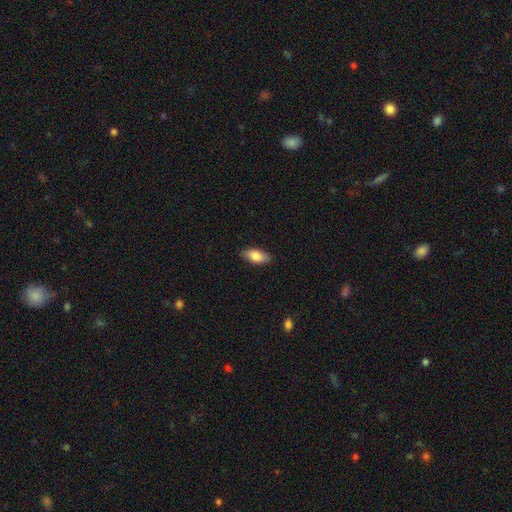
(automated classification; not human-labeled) Smooth or featured?
  - smooth: 82% *
  - featured or disk: 12%
  - star or artifact: 6%
How rounded?
  - in between: 87% *
  - cigar-shaped: 11%
  - round: 3%
Merging?
  - none: 87% *
  - minor disturbance: 10%
  - major disturbance: 2%
  - merger: 1%